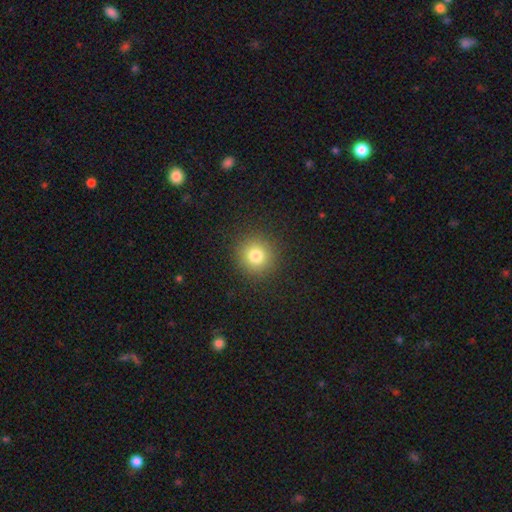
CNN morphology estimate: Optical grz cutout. It shows a smooth galaxy with no disk features (80%) that is round (93%). Merging: none (91%).